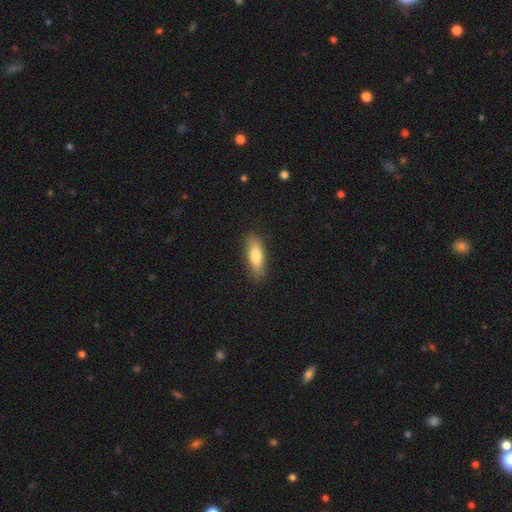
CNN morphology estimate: Smooth or featured?
  - smooth: 79% *
  - featured or disk: 15%
  - star or artifact: 6%
How rounded?
  - in between: 60% *
  - cigar-shaped: 38%
  - round: 2%
Merging?
  - none: 84% *
  - minor disturbance: 12%
  - major disturbance: 3%
  - merger: 1%